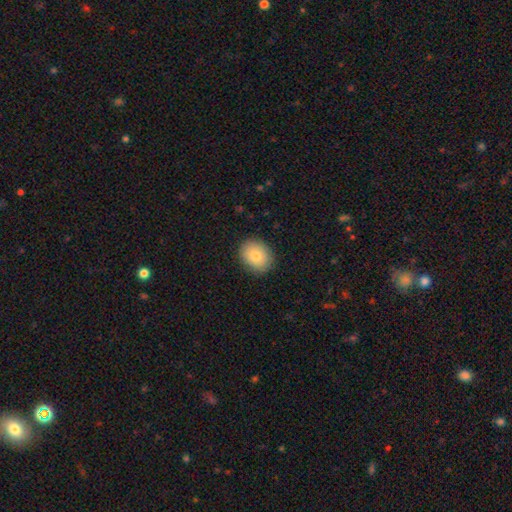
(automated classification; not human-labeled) smooth 82%, featured or disk 9%, star or artifact 8%. Down the decision tree: how rounded — round (53%); merging — none (88%).